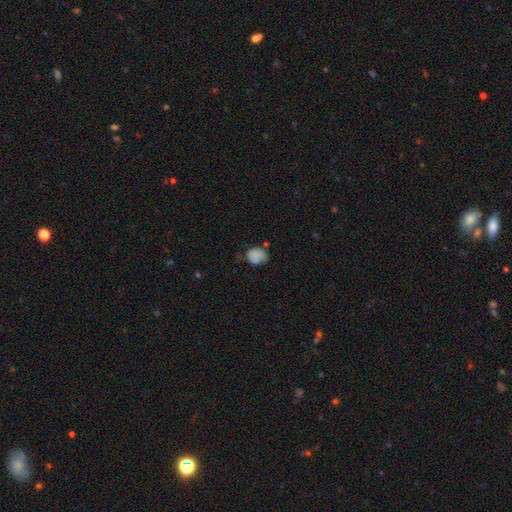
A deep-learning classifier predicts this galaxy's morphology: Smooth or featured? Predicted: smooth (p=0.71). How rounded? Predicted: round (p=0.52). Merging? Predicted: none (p=0.47).